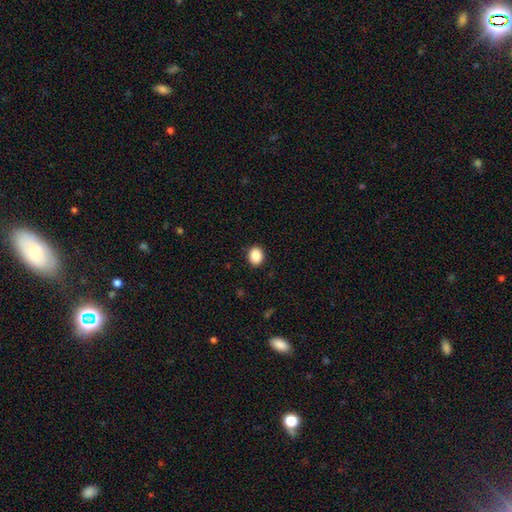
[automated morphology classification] smooth_or_featured: smooth (p=0.88) [alt: star or artifact p=0.09]
how_rounded: round (p=0.56) [alt: in between p=0.43]
merging: none (p=0.91) [alt: minor disturbance p=0.06]